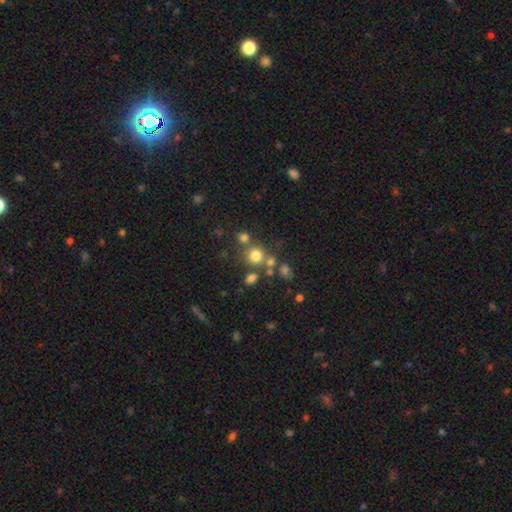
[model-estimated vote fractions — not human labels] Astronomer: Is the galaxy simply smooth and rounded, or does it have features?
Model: smooth — 74%.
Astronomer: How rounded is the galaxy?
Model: round — 86%.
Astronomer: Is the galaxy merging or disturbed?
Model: none — 65%.